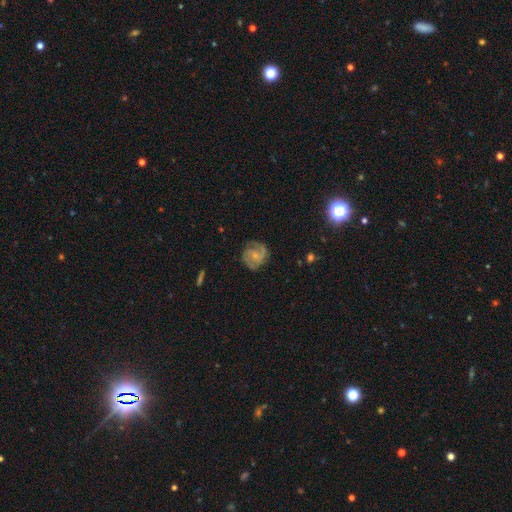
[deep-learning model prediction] Smooth or featured?
  - featured or disk: 81% *
  - smooth: 13%
  - star or artifact: 6%
Edge-on disk?
  - no: 98% *
  - yes: 2%
Bar?
  - no: 54% *
  - weak: 38%
  - strong: 8%
Spiral arms?
  - yes: 96% *
  - no: 4%
Spiral winding?
  - medium: 51% *
  - tight: 34%
  - loose: 16%
Spiral arm count?
  - 2: 80% *
  - can't tell: 7%
  - 3: 7%
  - 1: 3%
  - 4: 2%
  - more than 4: 2%
Bulge size?
  - small: 65% *
  - moderate: 23%
  - none: 10%
  - large: 1%
  - dominant: 1%
Merging?
  - none: 77% *
  - minor disturbance: 16%
  - major disturbance: 6%
  - merger: 1%